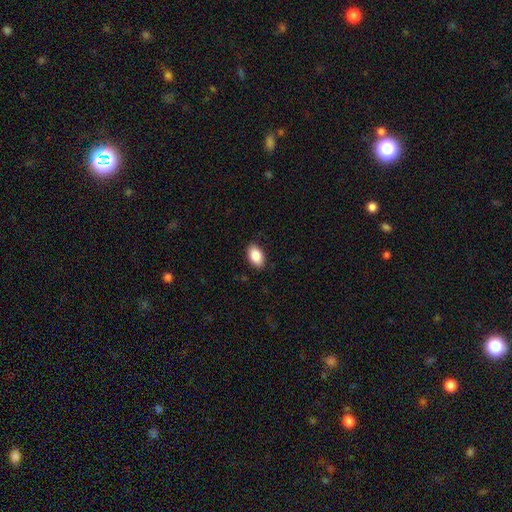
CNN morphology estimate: smooth-or-featured: smooth: 86% | star or artifact: 7% | featured or disk: 7%
  how-rounded: in between: 92% | round: 6% | cigar-shaped: 2%
  merging: none: 87% | minor disturbance: 10% | major disturbance: 2% | merger: 1%